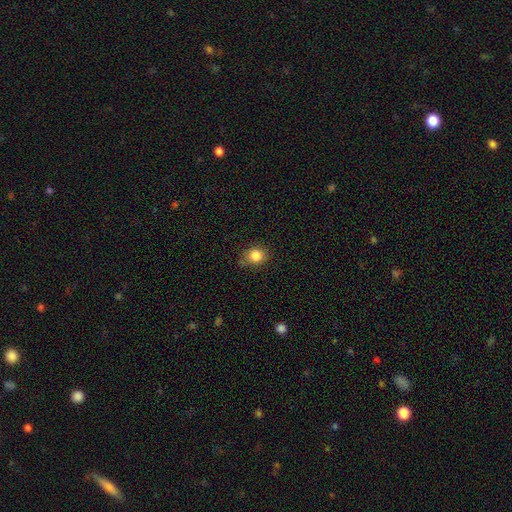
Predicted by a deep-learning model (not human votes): Smooth or featured: smooth — 85% (star or artifact — 10%)
How rounded: round — 71% (in between — 28%)
Merging: none — 70% (minor disturbance — 23%)